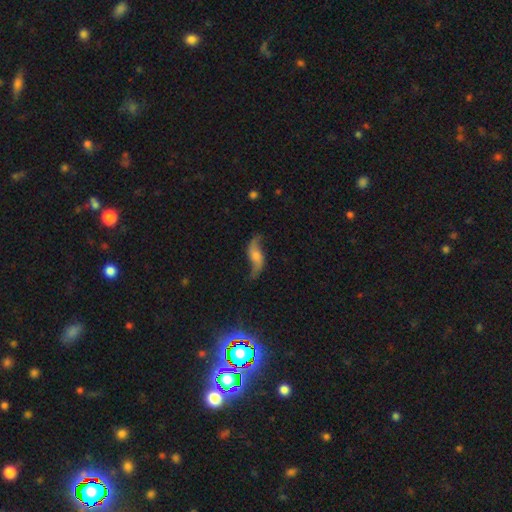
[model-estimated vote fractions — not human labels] Morphology: type=featured or disk (77%); edge-on=no (89%); bar=no (60%); spiral arms=yes (93%); winding=loose (91%); arm count=2 (93%); bulge=moderate (37%); merging=none (68%).